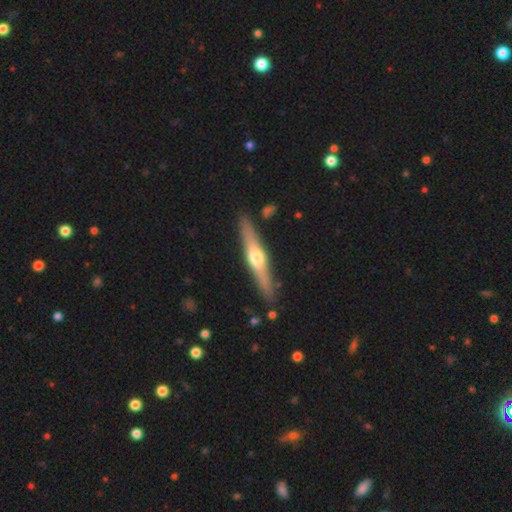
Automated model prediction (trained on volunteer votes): Morphology: type=featured or disk (69%); edge-on=yes (96%); edge-on bulge=rounded (92%); merging=none (89%).